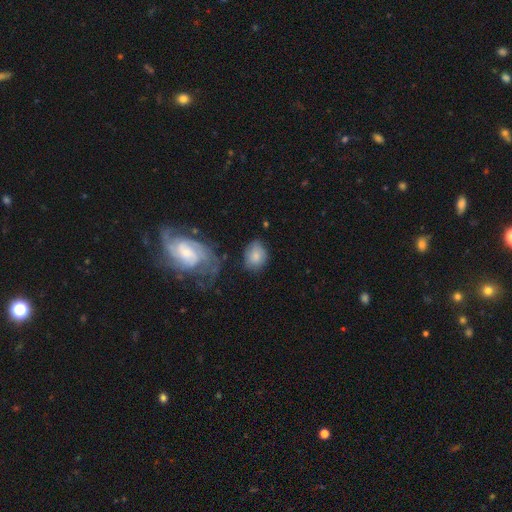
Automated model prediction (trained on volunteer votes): Smooth or featured?
  - smooth: 73% *
  - featured or disk: 20%
  - star or artifact: 7%
How rounded?
  - in between: 53% *
  - round: 46%
  - cigar-shaped: 1%
Merging?
  - none: 64% *
  - minor disturbance: 21%
  - major disturbance: 9%
  - merger: 6%